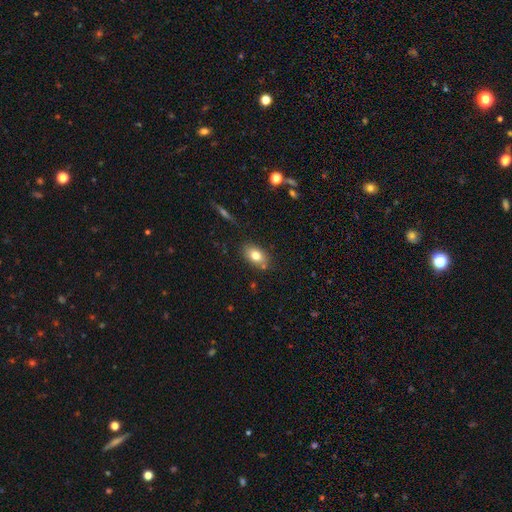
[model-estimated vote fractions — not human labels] This is likely a smooth galaxy (78%). How rounded: clearly in between (86%). Merging: likely none (79%).